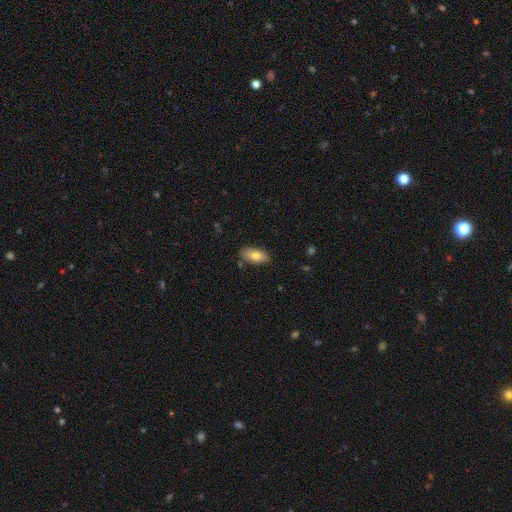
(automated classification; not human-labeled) Smooth or featured?
  - smooth: 76% *
  - featured or disk: 18%
  - star or artifact: 7%
How rounded?
  - in between: 88% *
  - cigar-shaped: 10%
  - round: 3%
Merging?
  - none: 83% *
  - minor disturbance: 13%
  - merger: 2%
  - major disturbance: 2%